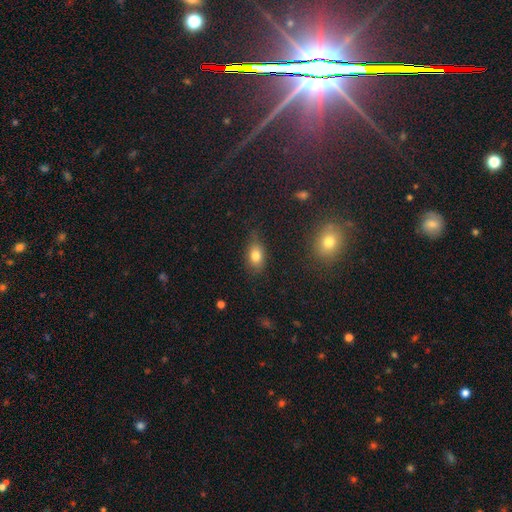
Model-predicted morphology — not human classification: Smooth or featured? smooth (79%)
How rounded? in between (80%)
Merging? none (72%)